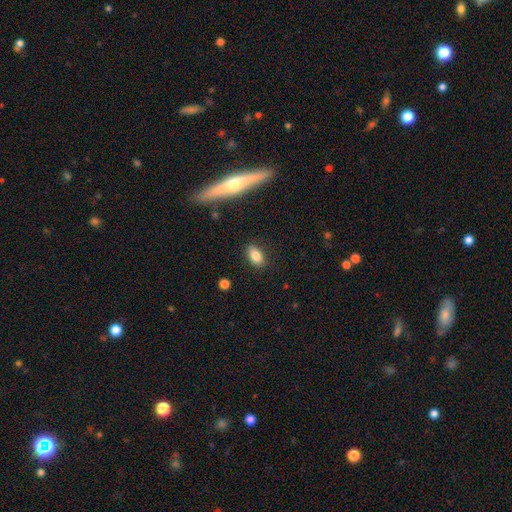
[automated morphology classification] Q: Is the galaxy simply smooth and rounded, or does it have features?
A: smooth — 82%.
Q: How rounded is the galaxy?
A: in between — 87%.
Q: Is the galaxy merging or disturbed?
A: none — 86%.